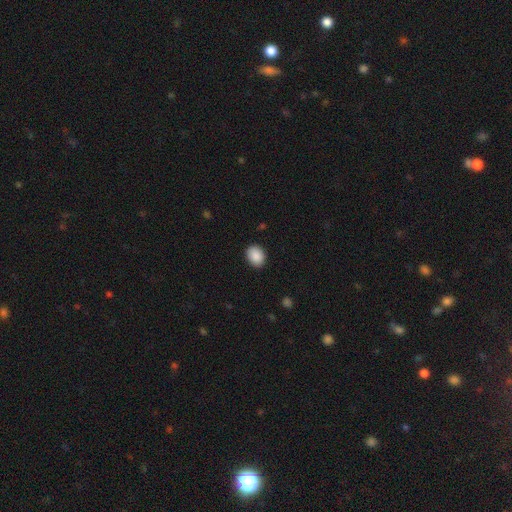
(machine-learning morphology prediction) Smooth or featured?
  - smooth: 89% *
  - star or artifact: 8%
  - featured or disk: 3%
How rounded?
  - round: 51% *
  - in between: 49%
  - cigar-shaped: 1%
Merging?
  - none: 89% *
  - minor disturbance: 8%
  - major disturbance: 2%
  - merger: 1%